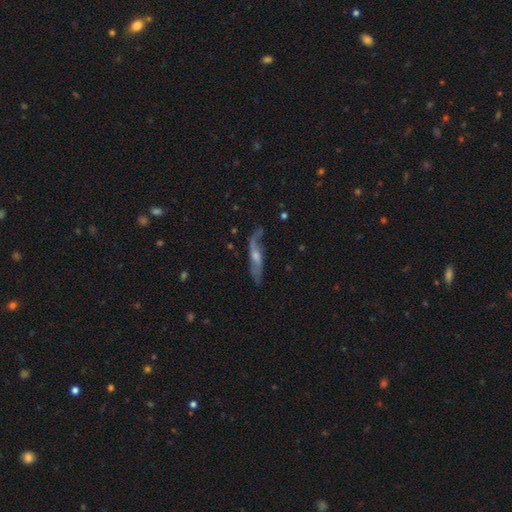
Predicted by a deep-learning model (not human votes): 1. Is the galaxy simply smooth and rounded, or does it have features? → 75% featured or disk, 18% smooth, 7% star or artifact.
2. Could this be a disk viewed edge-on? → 60% no, 40% yes.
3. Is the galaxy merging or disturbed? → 67% none, 21% minor disturbance, 10% major disturbance, 2% merger.